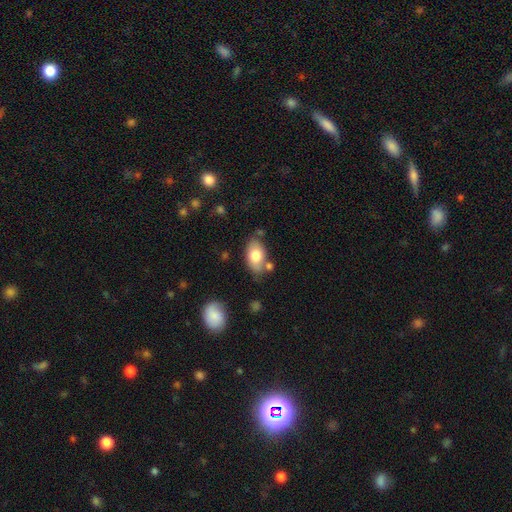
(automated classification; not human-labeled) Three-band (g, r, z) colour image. It shows a smooth galaxy with no disk features (76%) that is in between round and cigar-shaped (91%). Merging: none (69%).